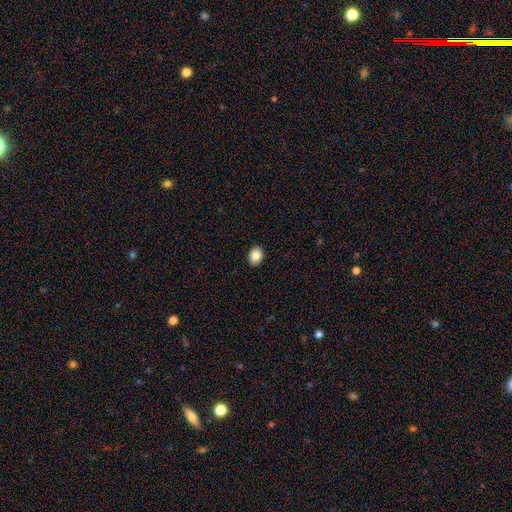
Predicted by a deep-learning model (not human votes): This appears to be a smooth galaxy with no disk features (85%) that is in between round and cigar-shaped (59%). Merging: none (91%).